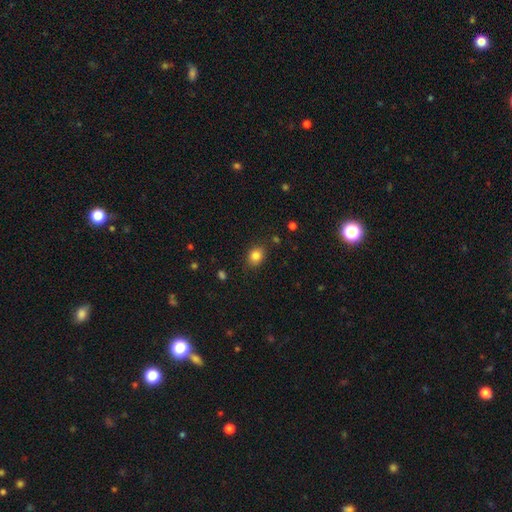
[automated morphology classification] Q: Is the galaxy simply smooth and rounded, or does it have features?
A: smooth — 83%.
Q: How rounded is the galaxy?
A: round — 54%.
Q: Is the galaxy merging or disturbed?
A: none — 83%.